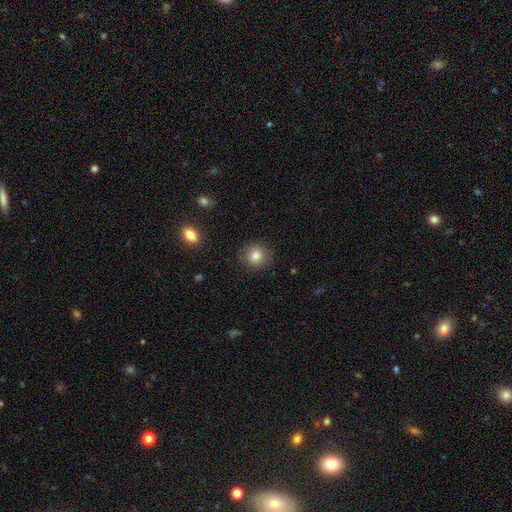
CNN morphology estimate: Smooth or featured?
  - smooth: 83% *
  - star or artifact: 10%
  - featured or disk: 6%
How rounded?
  - round: 91% *
  - in between: 8%
  - cigar-shaped: 1%
Merging?
  - none: 88% *
  - minor disturbance: 8%
  - major disturbance: 3%
  - merger: 1%